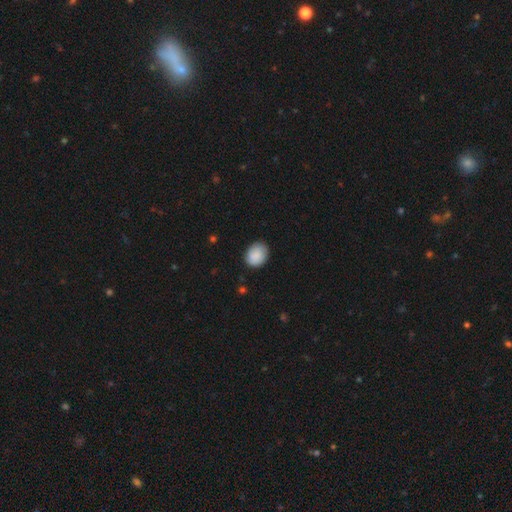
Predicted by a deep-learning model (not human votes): Smooth or featured?
  - smooth: 88% *
  - star or artifact: 7%
  - featured or disk: 6%
How rounded?
  - round: 54% *
  - in between: 46%
  - cigar-shaped: 1%
Merging?
  - none: 80% *
  - minor disturbance: 16%
  - major disturbance: 3%
  - merger: 1%